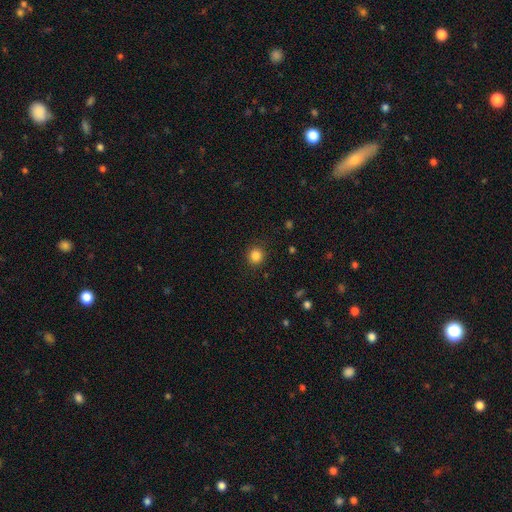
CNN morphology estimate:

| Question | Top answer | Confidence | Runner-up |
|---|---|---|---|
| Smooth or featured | smooth | 85% | star or artifact (11%) |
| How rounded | round | 89% | in between (10%) |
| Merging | none | 89% | minor disturbance (7%) |